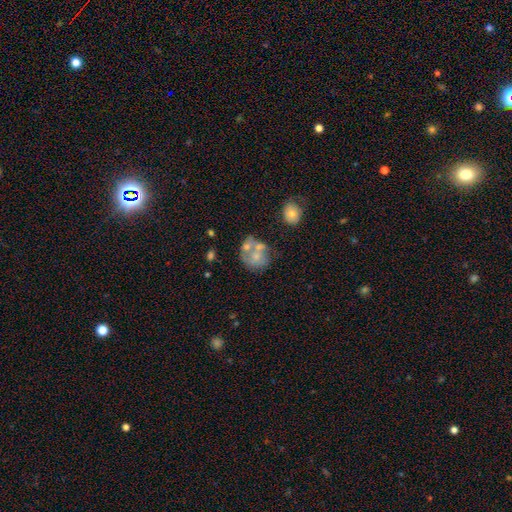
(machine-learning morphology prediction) smooth_or_featured: smooth (p=0.48) [alt: featured or disk p=0.42]
merging: merger (p=0.42) [alt: none p=0.30]